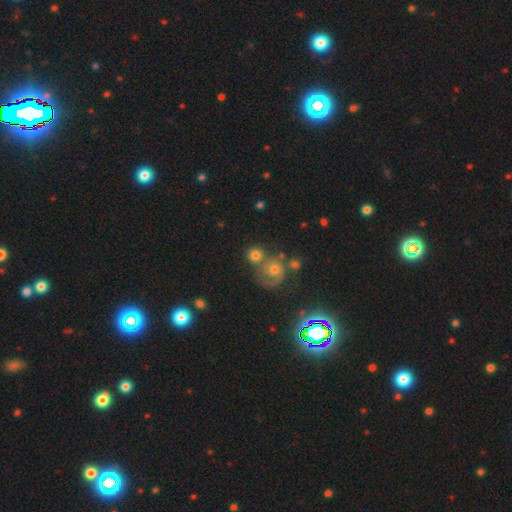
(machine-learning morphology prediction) The model was most divided on "merging": none: 49%, merger: 34%, minor disturbance: 11%, major disturbance: 6%. More confident: how rounded — round (86%); smooth or featured — smooth (64%).